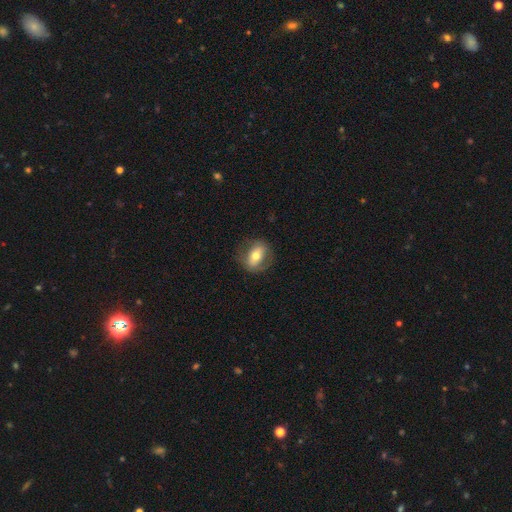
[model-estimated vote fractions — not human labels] Smooth or featured?
  - smooth: 51% *
  - featured or disk: 41%
  - star or artifact: 8%
How rounded?
  - in between: 67% *
  - round: 29%
  - cigar-shaped: 4%
Merging?
  - none: 76% *
  - minor disturbance: 15%
  - major disturbance: 8%
  - merger: 1%